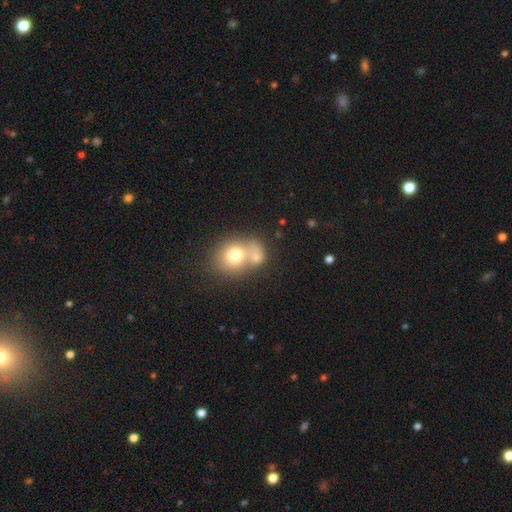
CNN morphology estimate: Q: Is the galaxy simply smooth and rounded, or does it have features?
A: smooth — 72%.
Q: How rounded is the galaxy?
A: round — 62%.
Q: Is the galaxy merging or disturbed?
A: merger — 61%.